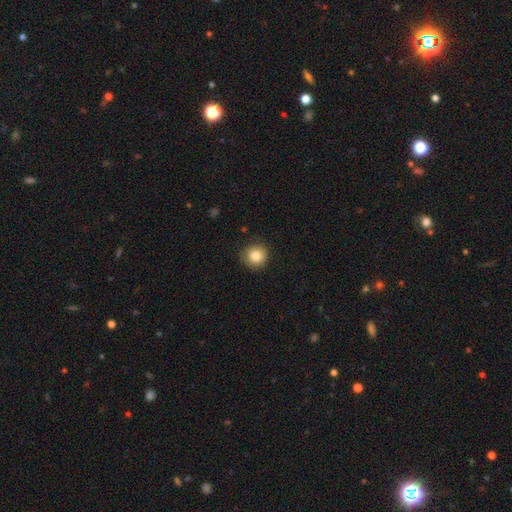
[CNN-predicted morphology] smooth_or_featured: smooth (p=0.85) [alt: star or artifact p=0.09]
how_rounded: round (p=0.93) [alt: in between p=0.06]
merging: none (p=0.87) [alt: minor disturbance p=0.10]